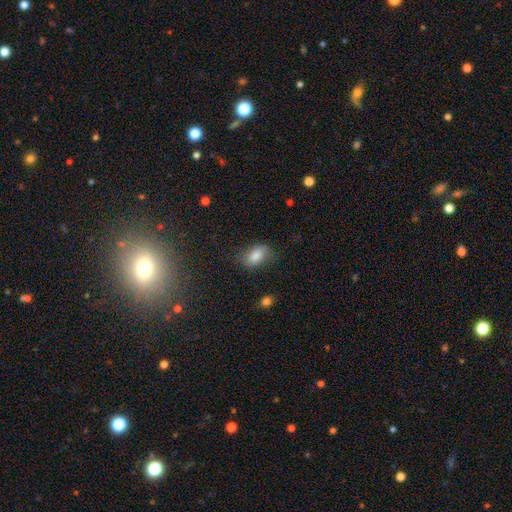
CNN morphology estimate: Smooth or featured? smooth (82%)
How rounded? in between (89%)
Merging? none (72%)